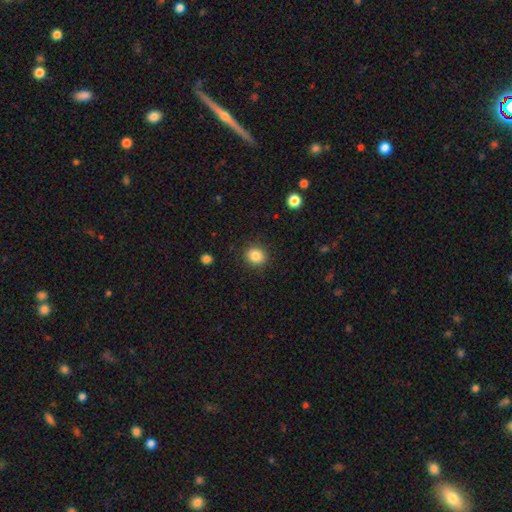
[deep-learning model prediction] A smooth galaxy with no disk features (85%) that is round (71%).

Vote fractions:
- Smooth or featured? smooth: 85% / star or artifact: 10% / featured or disk: 5%
- How rounded? round: 71% / in between: 28% / cigar-shaped: 1%
- Merging? none: 89% / minor disturbance: 8% / major disturbance: 3% / merger: 1%